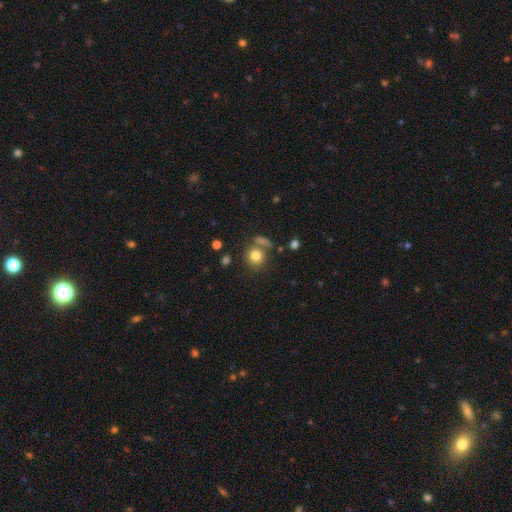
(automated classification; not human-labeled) smooth 79%, star or artifact 12%, featured or disk 9%. Down the decision tree: how rounded — round (88%); merging — none (65%).